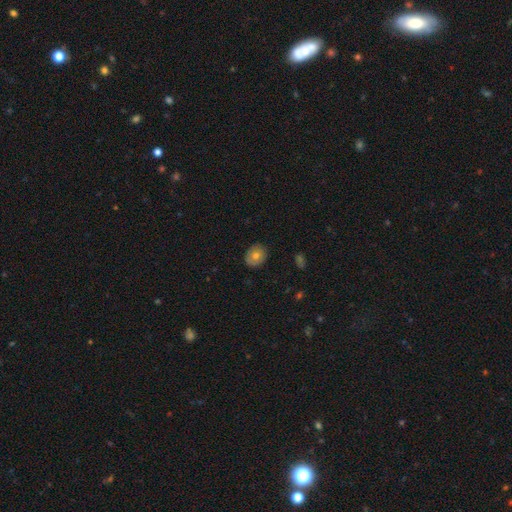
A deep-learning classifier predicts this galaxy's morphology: smooth_or_featured: smooth (p=0.69) [alt: featured or disk p=0.23]
how_rounded: round (p=0.60) [alt: in between p=0.39]
merging: none (p=0.86) [alt: minor disturbance p=0.11]